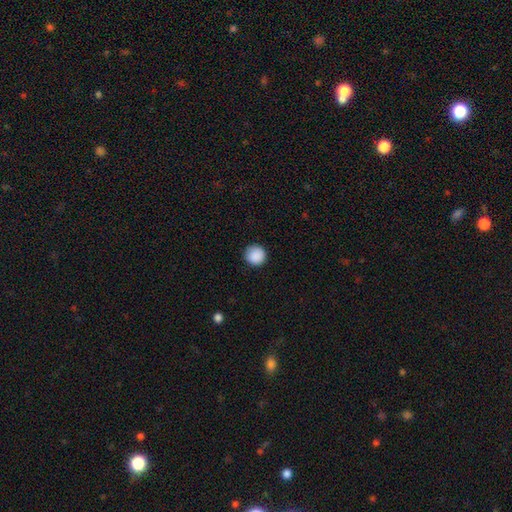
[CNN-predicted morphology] A smooth galaxy with no disk features (89%) that is round (96%). Merging: none (91%).